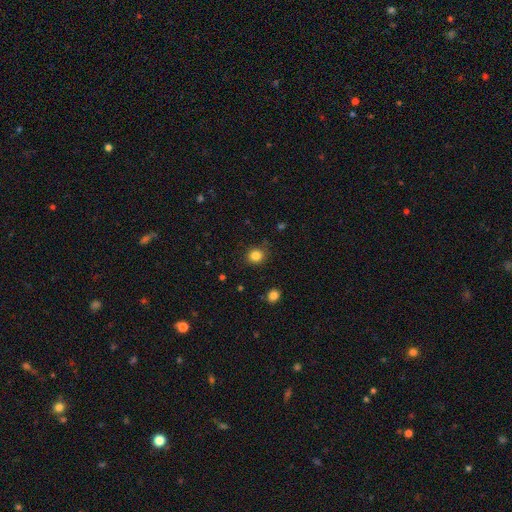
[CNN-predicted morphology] smooth-or-featured: smooth: 84% | star or artifact: 12% | featured or disk: 4%
  how-rounded: round: 82% | in between: 17% | cigar-shaped: 1%
  merging: none: 85% | minor disturbance: 10% | major disturbance: 3% | merger: 2%